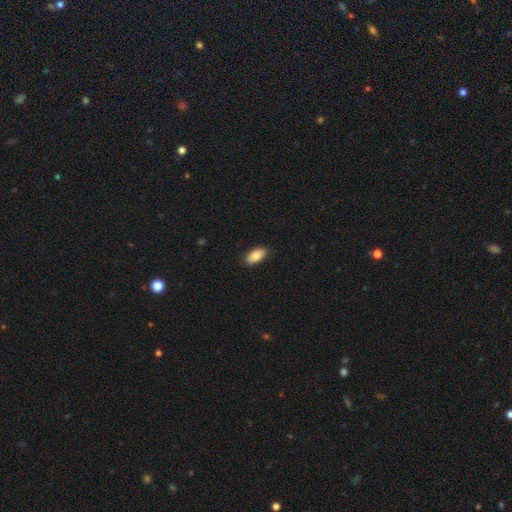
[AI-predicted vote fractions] Smooth or featured: smooth — 82% (featured or disk — 12%)
How rounded: in between — 93% (cigar-shaped — 4%)
Merging: none — 89% (minor disturbance — 9%)